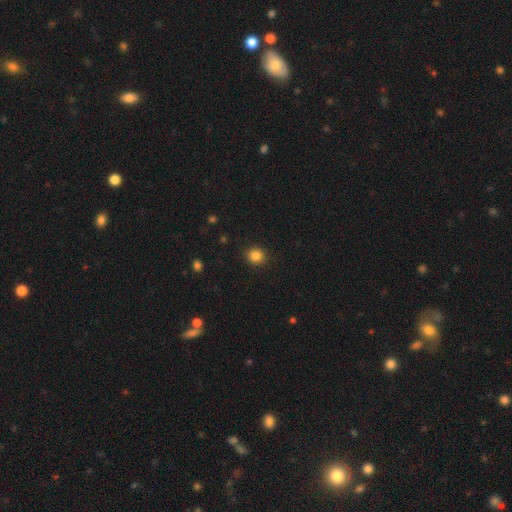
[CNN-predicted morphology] Overall: smooth (85%). How rounded: round (87%). Merging: none (91%).